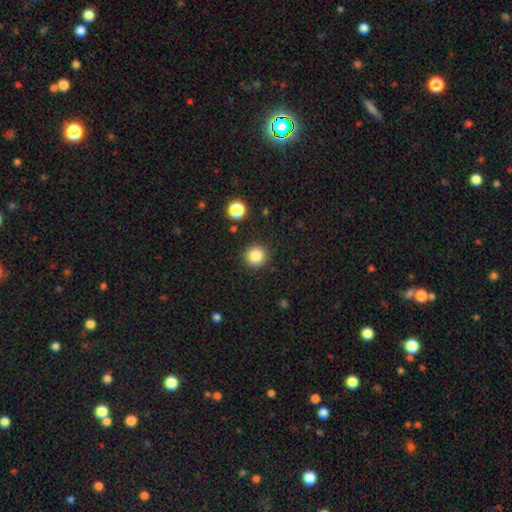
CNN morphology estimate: Overall: smooth (85%). How rounded: round (93%). Merging: none (91%).